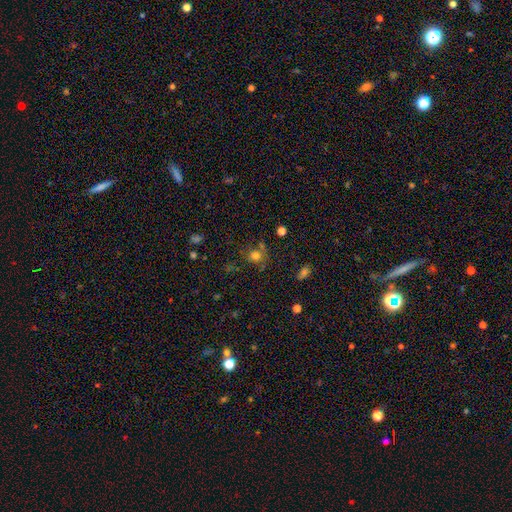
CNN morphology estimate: smooth 71%, star or artifact 19%, featured or disk 10%. Down the decision tree: how rounded — round (81%); merging — none (63%).